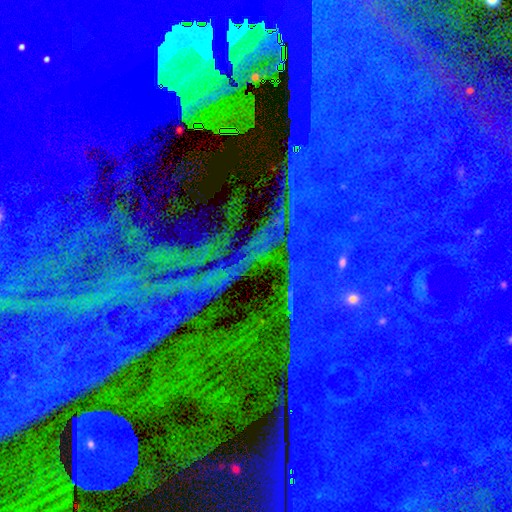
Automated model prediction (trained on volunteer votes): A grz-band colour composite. It shows a star or artifact, not a galaxy (85%).